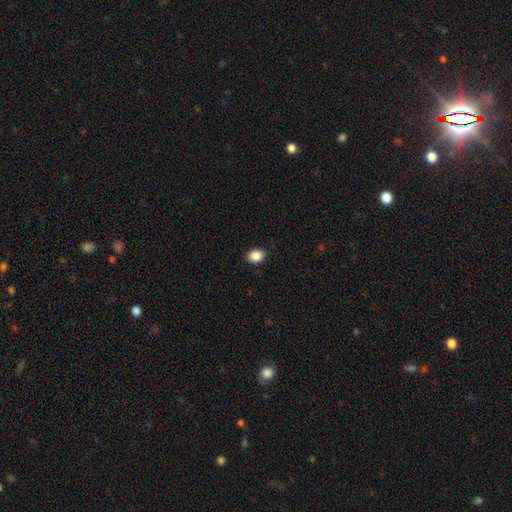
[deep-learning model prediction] Smooth or featured? Predicted: smooth (p=0.88). How rounded? Predicted: in between (p=0.65). Merging? Predicted: none (p=0.89).